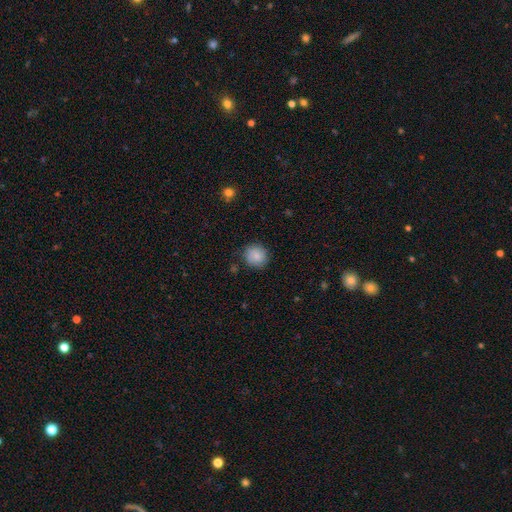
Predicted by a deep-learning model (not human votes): smooth 84%, featured or disk 8%, star or artifact 8%. Down the decision tree: how rounded — round (89%); merging — none (85%).